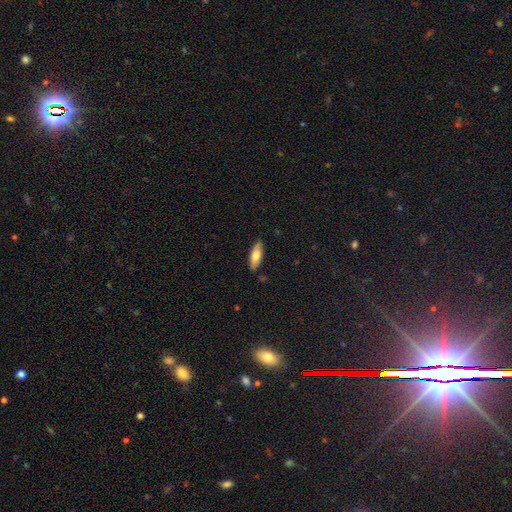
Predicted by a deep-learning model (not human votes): smooth 73%, featured or disk 21%, star or artifact 6%. Down the decision tree: how rounded — in between (65%); merging — none (87%).